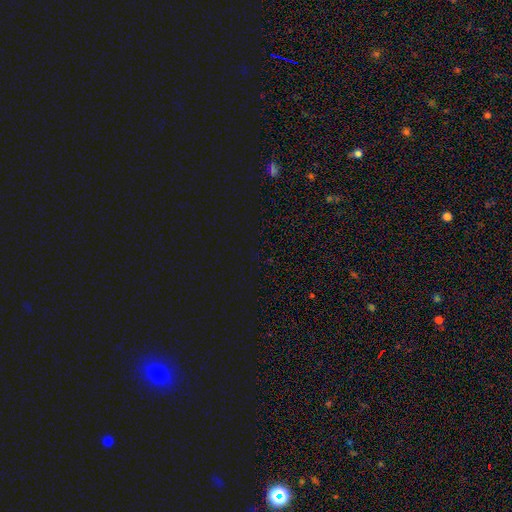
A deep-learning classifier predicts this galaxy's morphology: type=star or artifact (75%).